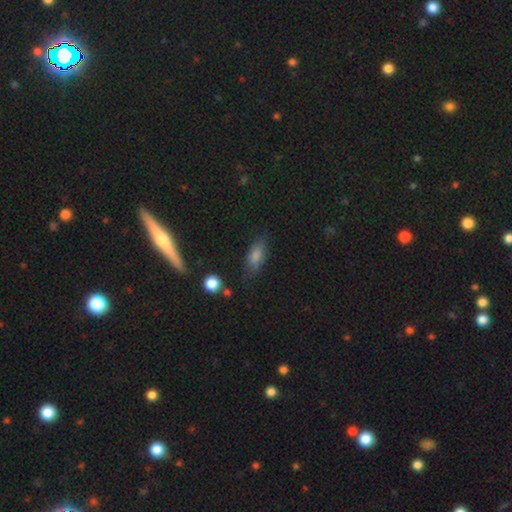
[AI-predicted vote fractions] smooth-or-featured: smooth: 73% | featured or disk: 16% | star or artifact: 11%
  how-rounded: in between: 72% | cigar-shaped: 23% | round: 5%
  merging: none: 76% | minor disturbance: 16% | major disturbance: 4% | merger: 3%